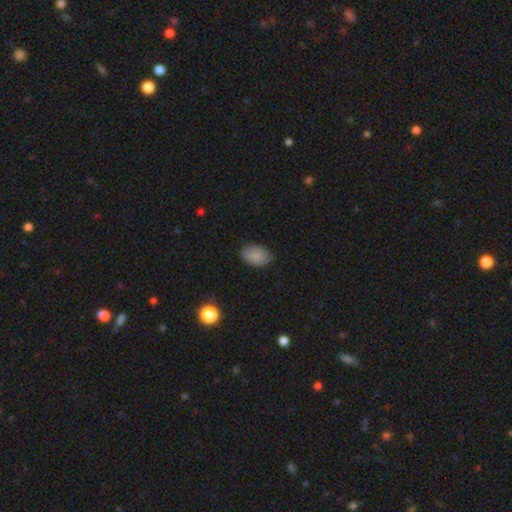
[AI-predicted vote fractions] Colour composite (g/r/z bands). It shows a smooth galaxy with no disk features (87%) that is in between round and cigar-shaped (87%). Merging: none (83%).